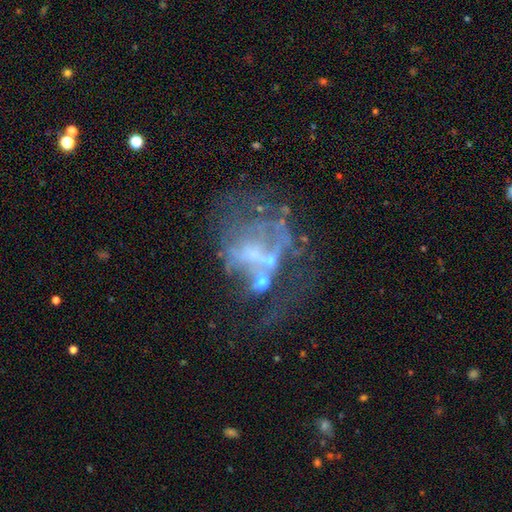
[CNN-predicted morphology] Overall: featured or disk (64%). Edge-on disk: no (98%). Bar: no (78%). Spiral arms: no (79%). Bulge size: none (57%; small 26%). Merging: major disturbance (41%; none 28%).